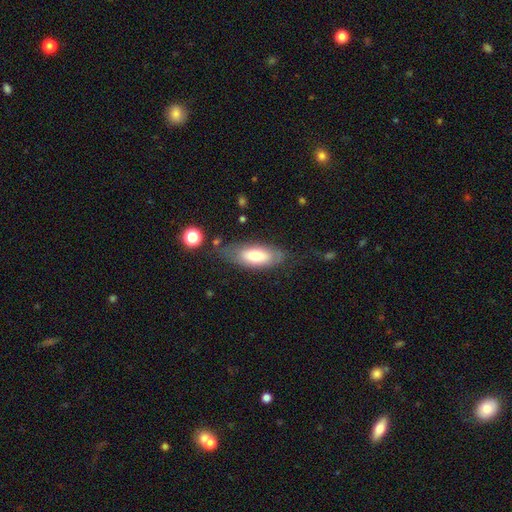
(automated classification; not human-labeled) smooth 70%, featured or disk 24%, star or artifact 6%. Down the decision tree: how rounded — in between (80%); merging — none (66%).